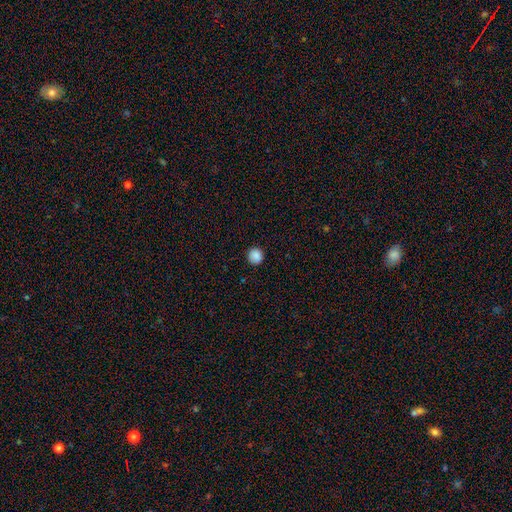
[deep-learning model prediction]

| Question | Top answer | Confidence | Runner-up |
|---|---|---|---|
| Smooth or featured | smooth | 87% | star or artifact (10%) |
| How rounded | round | 92% | in between (7%) |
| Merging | none | 91% | minor disturbance (7%) |